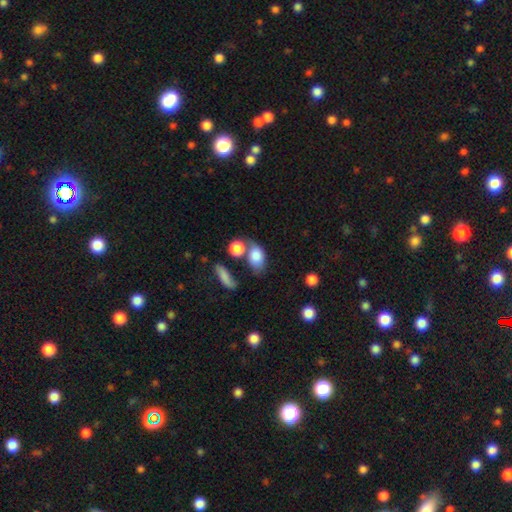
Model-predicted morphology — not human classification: This appears to be a smooth galaxy with no disk features (80%) that is in between round and cigar-shaped (82%). Merging: none (38%).